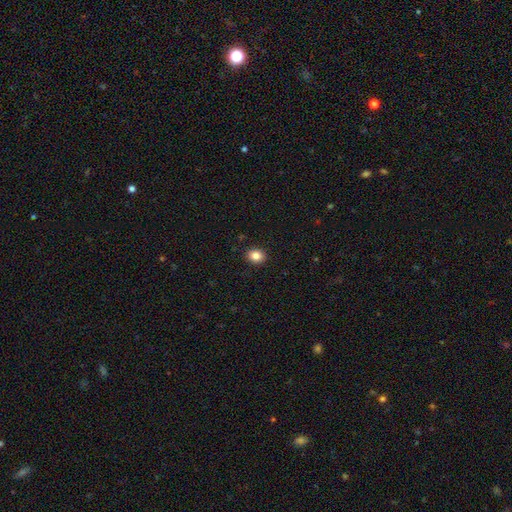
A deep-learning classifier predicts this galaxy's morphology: Smooth or featured? smooth (85%)
How rounded? round (55%)
Merging? none (91%)